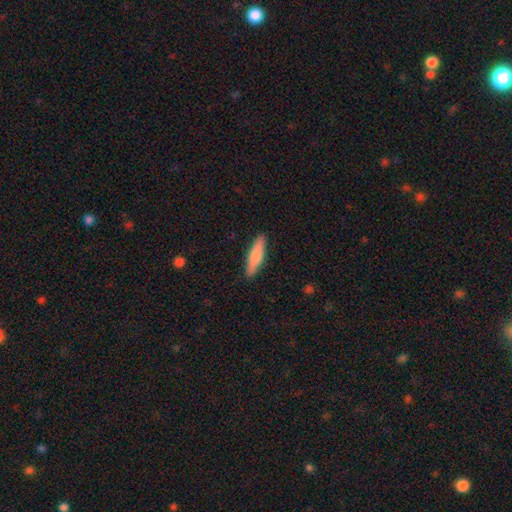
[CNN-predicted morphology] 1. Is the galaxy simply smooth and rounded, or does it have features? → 75% smooth, 20% featured or disk, 5% star or artifact.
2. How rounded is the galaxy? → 77% cigar-shaped, 22% in between, 2% round.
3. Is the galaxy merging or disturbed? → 90% none, 8% minor disturbance, 2% major disturbance, 1% merger.